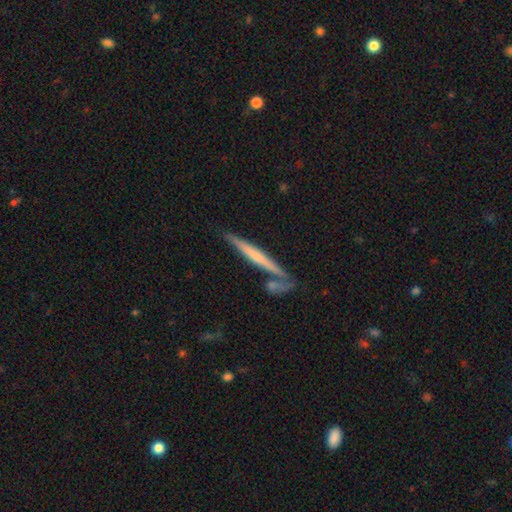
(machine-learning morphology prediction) Smooth or featured?
  - featured or disk: 51% *
  - smooth: 44%
  - star or artifact: 6%
Edge-on disk?
  - yes: 96% *
  - no: 4%
Merging?
  - none: 71% *
  - merger: 14%
  - minor disturbance: 12%
  - major disturbance: 3%